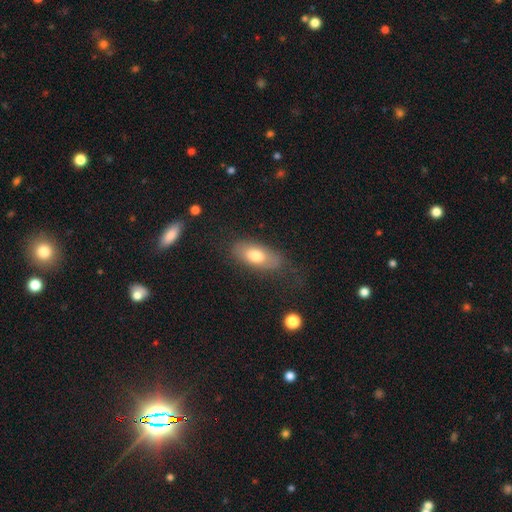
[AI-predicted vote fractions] smooth 71%, featured or disk 22%, star or artifact 7%. Down the decision tree: how rounded — in between (87%); merging — none (69%).